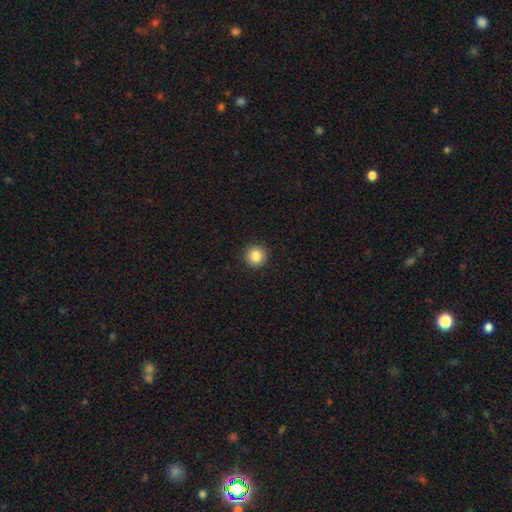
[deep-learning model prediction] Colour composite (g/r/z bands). It shows a smooth galaxy with no disk features (86%) that is round (95%). Merging: none (92%).